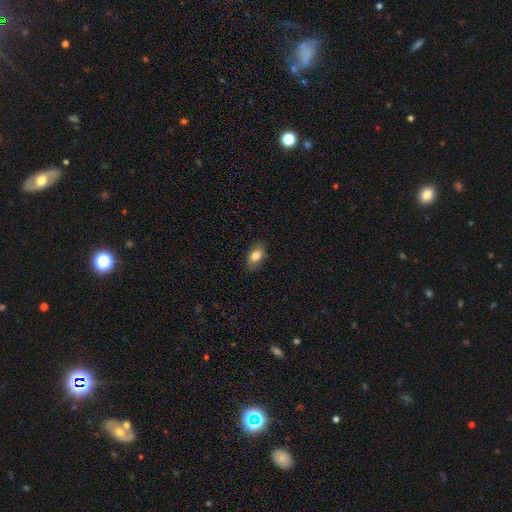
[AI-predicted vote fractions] Q: Smooth or featured?
A: smooth (80%); runner-up: featured or disk (12%)
Q: How rounded?
A: in between (88%); runner-up: round (8%)
Q: Merging?
A: none (82%); runner-up: minor disturbance (14%)